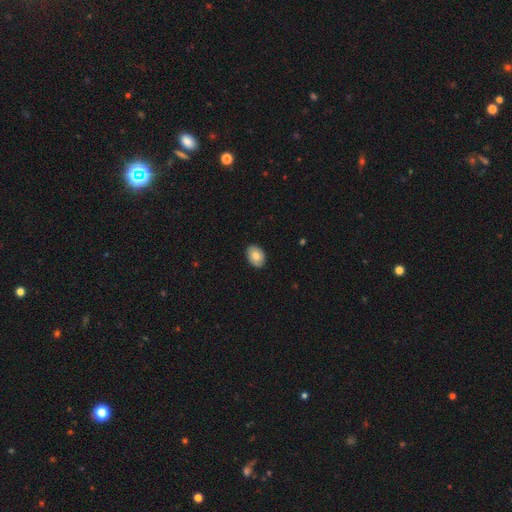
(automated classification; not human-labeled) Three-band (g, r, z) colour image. It shows a smooth galaxy with no disk features (74%) that is in between round and cigar-shaped (80%). Merging: none (89%).